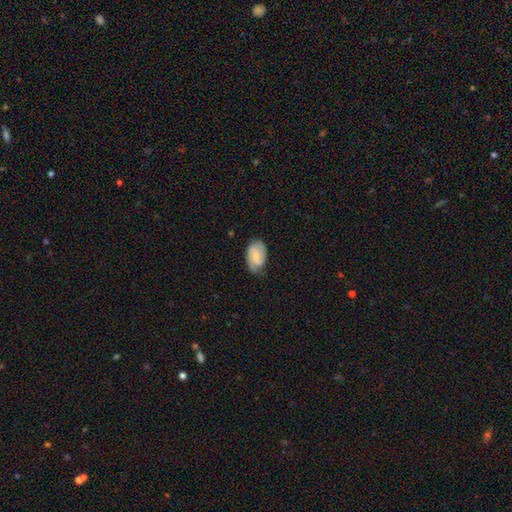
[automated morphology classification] This is possibly a smooth galaxy (53%). How rounded: clearly in between (89%). Merging: possibly none (54%).